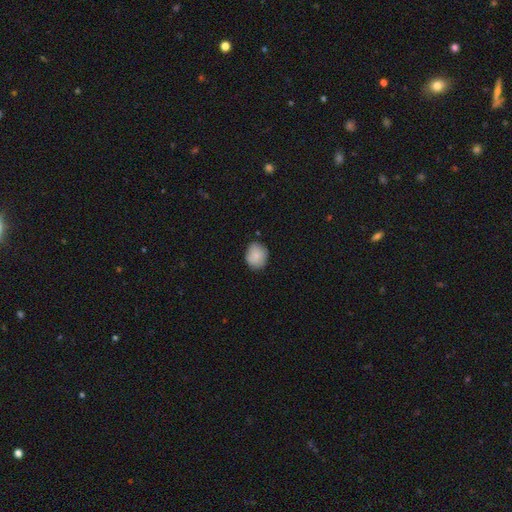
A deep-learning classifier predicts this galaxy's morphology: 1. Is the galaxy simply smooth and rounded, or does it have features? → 83% smooth, 10% featured or disk, 7% star or artifact.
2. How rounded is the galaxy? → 67% round, 32% in between, 1% cigar-shaped.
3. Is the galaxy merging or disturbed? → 78% none, 17% minor disturbance, 3% major disturbance, 2% merger.